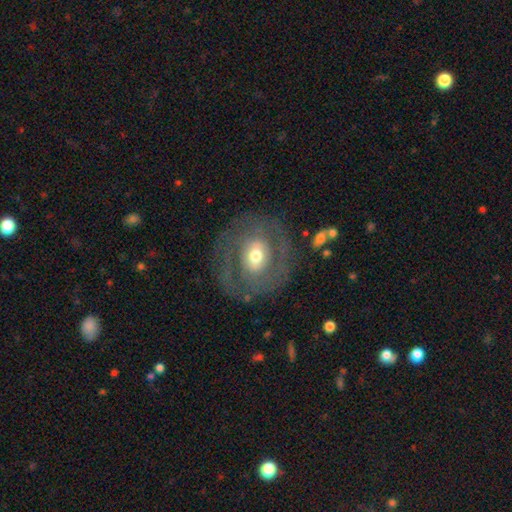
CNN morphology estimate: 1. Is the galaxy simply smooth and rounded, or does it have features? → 67% featured or disk, 26% smooth, 7% star or artifact.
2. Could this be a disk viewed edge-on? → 96% no, 4% yes.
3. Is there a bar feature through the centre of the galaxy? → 48% no, 36% weak, 16% strong.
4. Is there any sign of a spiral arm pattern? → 63% yes, 37% no.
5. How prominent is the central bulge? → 64% moderate, 19% small, 13% large, 2% dominant, 1% none.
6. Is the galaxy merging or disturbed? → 72% none, 14% minor disturbance, 12% major disturbance, 2% merger.